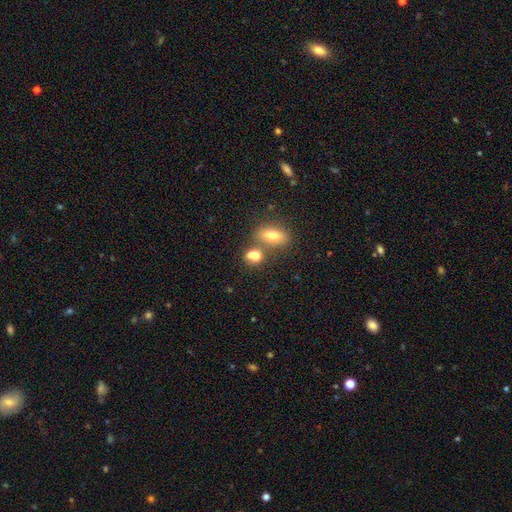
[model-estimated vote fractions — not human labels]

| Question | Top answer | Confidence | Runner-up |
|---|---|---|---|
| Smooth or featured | smooth | 77% | featured or disk (11%) |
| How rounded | in between | 62% | round (34%) |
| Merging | merger | 44% | none (41%) |